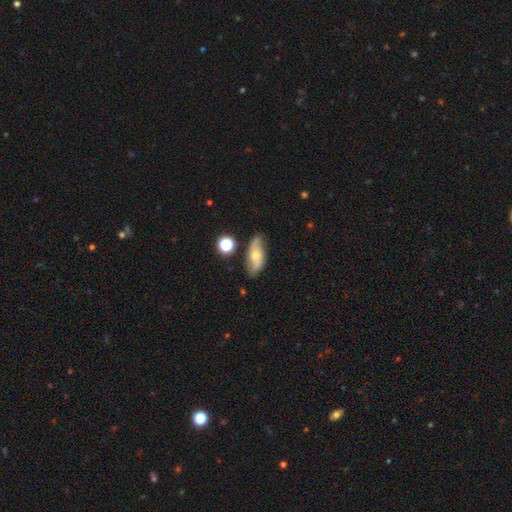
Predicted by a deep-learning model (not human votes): Smooth or featured: featured or disk — 52% (smooth — 40%)
Edge-on disk: no — 87% (yes — 13%)
Merging: none — 71% (minor disturbance — 20%)